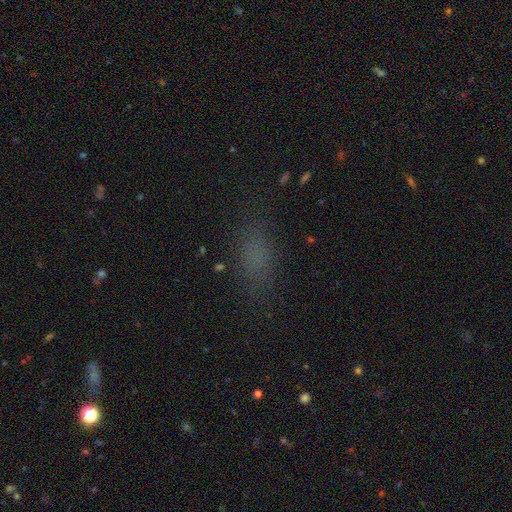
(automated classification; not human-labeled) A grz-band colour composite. It shows a smooth galaxy with no disk features (69%) that is in between round and cigar-shaped (76%). Merging: none (75%).